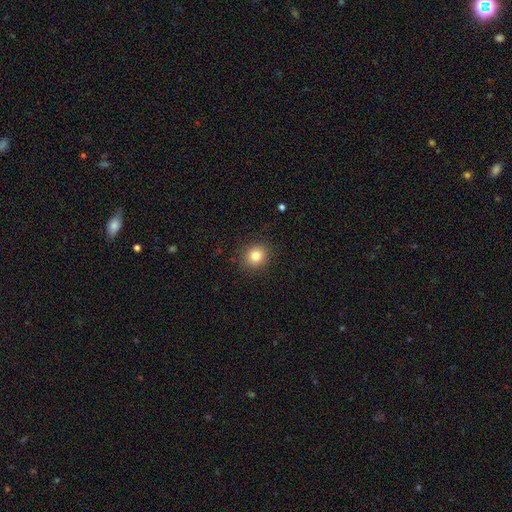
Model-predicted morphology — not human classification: smooth-or-featured: smooth: 82% | star or artifact: 12% | featured or disk: 7%
  how-rounded: round: 83% | in between: 16% | cigar-shaped: 1%
  merging: none: 90% | minor disturbance: 7% | major disturbance: 2% | merger: 1%